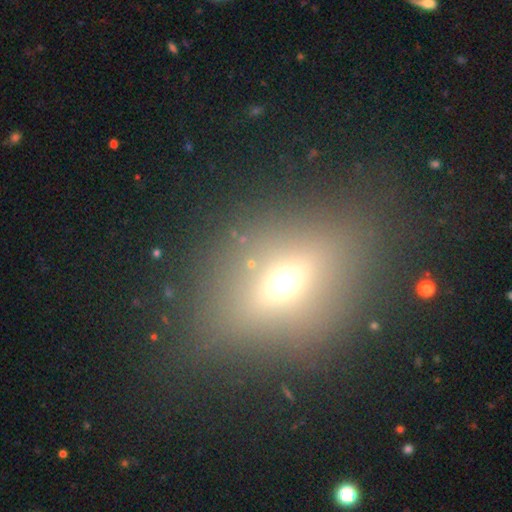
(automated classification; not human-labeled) Morphology: type=smooth (48%); merging=none (79%).